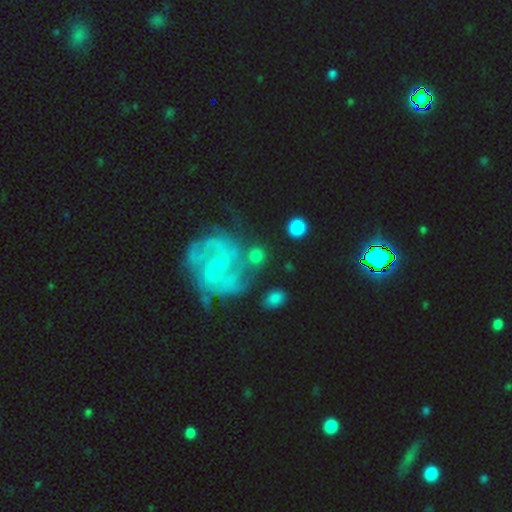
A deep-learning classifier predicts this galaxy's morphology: type=smooth (45%); merging=none (66%).